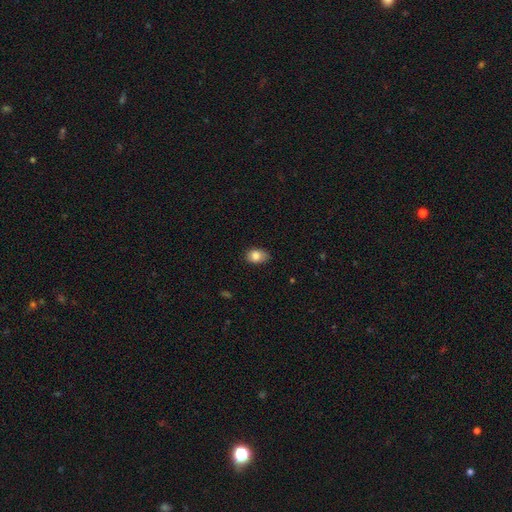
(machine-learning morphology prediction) smooth_or_featured: smooth (p=0.83) [alt: featured or disk p=0.09]
how_rounded: in between (p=0.78) [alt: round p=0.21]
merging: none (p=0.67) [alt: minor disturbance p=0.27]